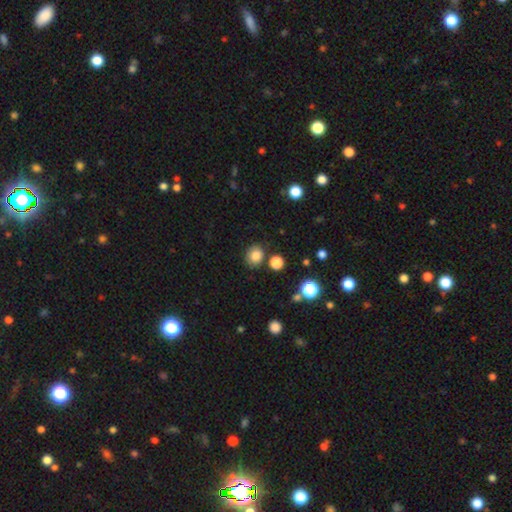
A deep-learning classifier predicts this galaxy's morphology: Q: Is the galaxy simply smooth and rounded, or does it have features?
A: smooth — 83%.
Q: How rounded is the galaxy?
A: round — 70%.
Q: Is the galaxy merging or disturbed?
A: none — 81%.